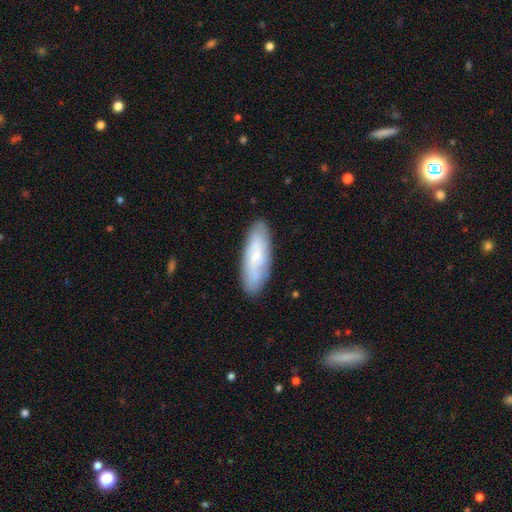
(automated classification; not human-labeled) A smooth galaxy with no disk features (50%) that is in between round and cigar-shaped (56%). Merging: none (83%).